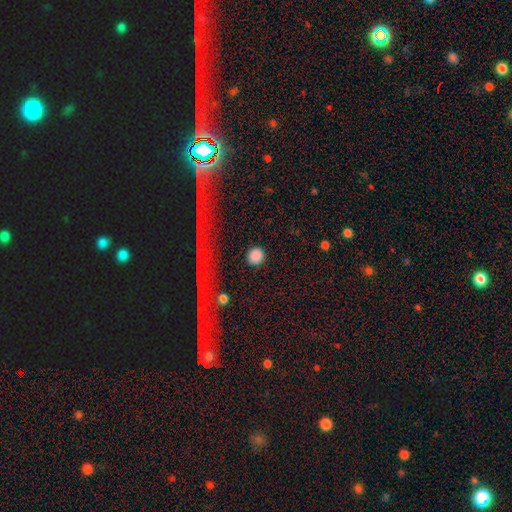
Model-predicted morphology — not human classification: Overall: smooth (85%). How rounded: round (93%). Merging: none (91%).